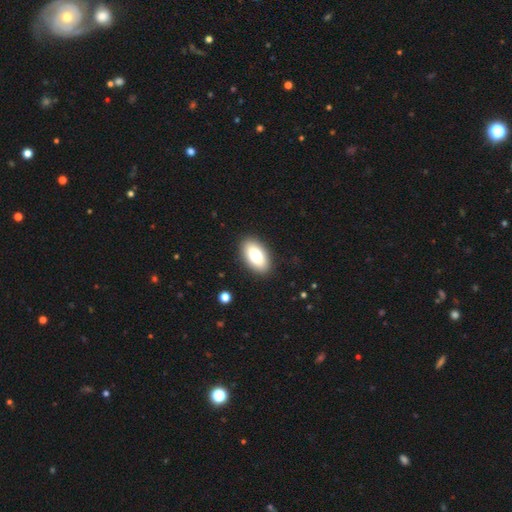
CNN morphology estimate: The model was most divided on "smooth or featured": smooth: 79%, featured or disk: 14%, star or artifact: 7%. More confident: how rounded — in between (93%); merging — none (89%).